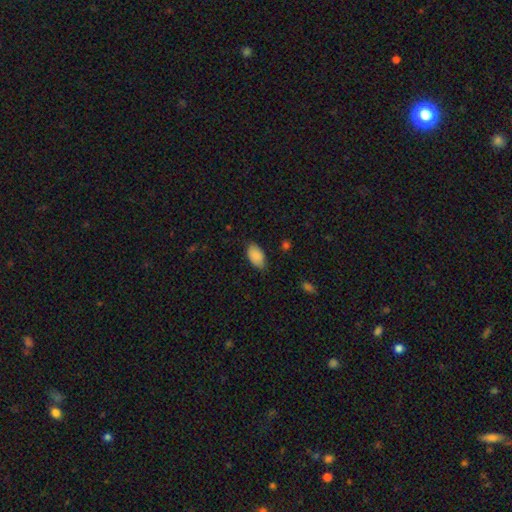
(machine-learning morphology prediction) Q: Smooth or featured?
A: smooth (88%); runner-up: star or artifact (7%)
Q: How rounded?
A: in between (94%); runner-up: round (4%)
Q: Merging?
A: none (76%); runner-up: minor disturbance (19%)